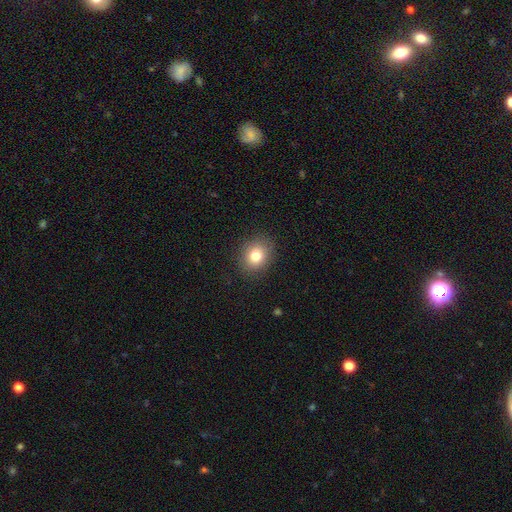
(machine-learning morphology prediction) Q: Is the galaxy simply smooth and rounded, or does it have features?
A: smooth — 81%.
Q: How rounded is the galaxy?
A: round — 58%.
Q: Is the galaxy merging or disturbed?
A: none — 88%.